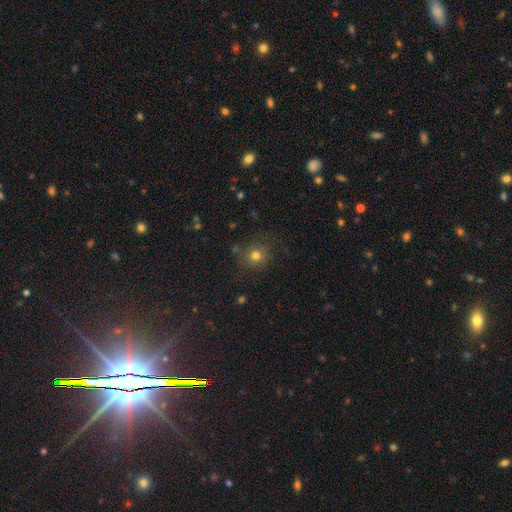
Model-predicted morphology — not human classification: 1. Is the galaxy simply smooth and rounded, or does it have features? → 75% smooth, 17% star or artifact, 8% featured or disk.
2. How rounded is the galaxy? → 88% round, 11% in between, 1% cigar-shaped.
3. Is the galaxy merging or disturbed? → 81% none, 12% minor disturbance, 5% major disturbance, 3% merger.